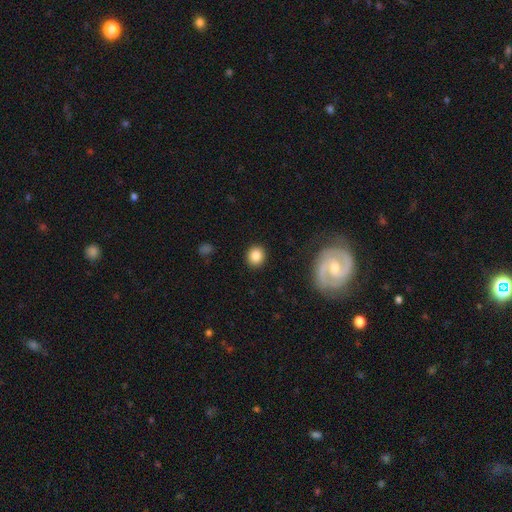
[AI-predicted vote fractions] Q: Smooth or featured?
A: smooth (84%); runner-up: star or artifact (9%)
Q: How rounded?
A: round (85%); runner-up: in between (14%)
Q: Merging?
A: none (91%); runner-up: minor disturbance (6%)